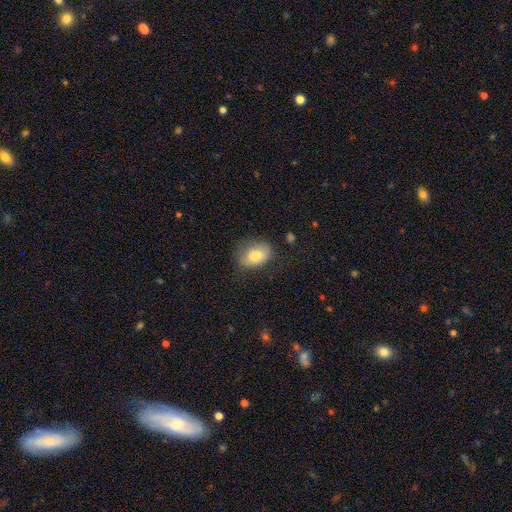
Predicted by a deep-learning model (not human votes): Smooth or featured? Predicted: smooth (p=0.81). How rounded? Predicted: in between (p=0.76). Merging? Predicted: none (p=0.71).